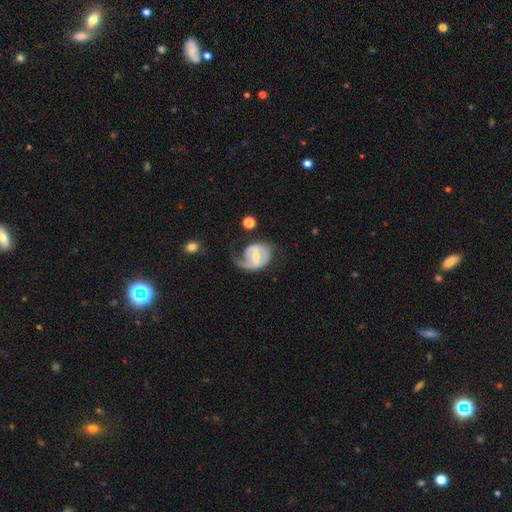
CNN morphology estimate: Smooth or featured? featured or disk (74%)
Edge-on disk? no (97%)
Bar? weak (49%)
Spiral arms? yes (86%)
Spiral winding? medium (42%)
Spiral arm count? 2 (48%)
Bulge size? small (45%)
Merging? none (38%)